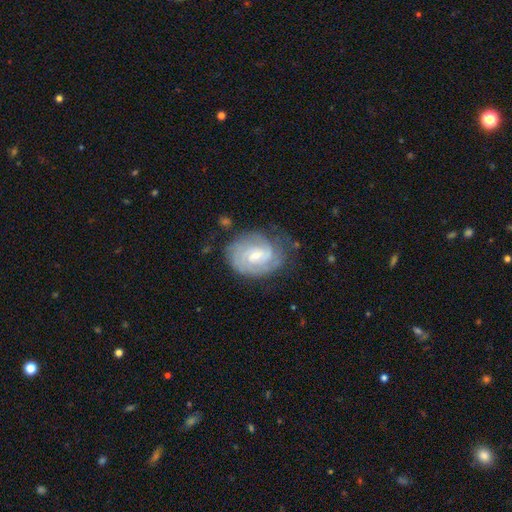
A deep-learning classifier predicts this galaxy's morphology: featured or disk 81%, smooth 14%, star or artifact 5%. Down the decision tree: edge-on disk — no (97%); bar — weak (54%); spiral arms — yes (94%); spiral arm count — can't tell (35%); spiral winding — tight (68%); bulge size — small (59%); merging — none (68%).